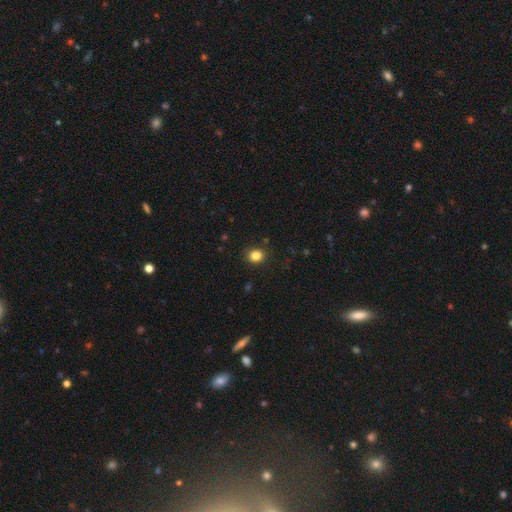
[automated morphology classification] A smooth galaxy with no disk features (84%) that is round (70%).

Vote fractions:
- Smooth or featured? smooth: 84% / star or artifact: 12% / featured or disk: 4%
- How rounded? round: 70% / in between: 29% / cigar-shaped: 1%
- Merging? none: 88% / minor disturbance: 8% / major disturbance: 2% / merger: 1%